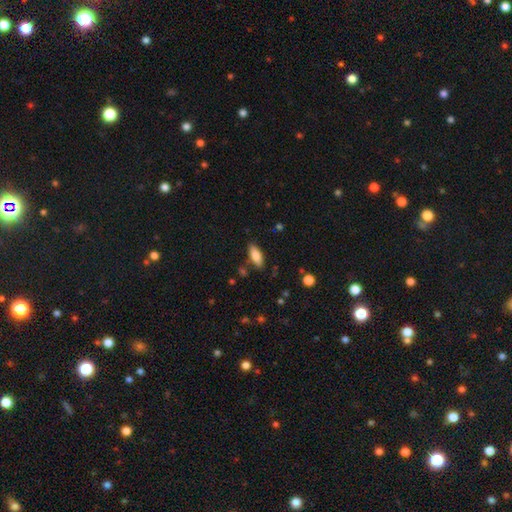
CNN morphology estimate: This appears to be a smooth galaxy with no disk features (83%) that is in between round and cigar-shaped (79%). Merging: none (81%).